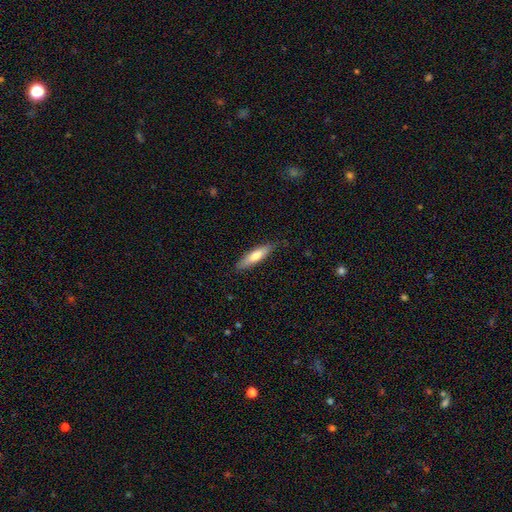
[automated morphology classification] A smooth galaxy with no disk features (71%) that is cigar-shaped (69%).

Vote fractions:
- Smooth or featured? smooth: 71% / featured or disk: 24% / star or artifact: 5%
- How rounded? cigar-shaped: 69% / in between: 29% / round: 1%
- Merging? none: 82% / minor disturbance: 14% / major disturbance: 2% / merger: 1%